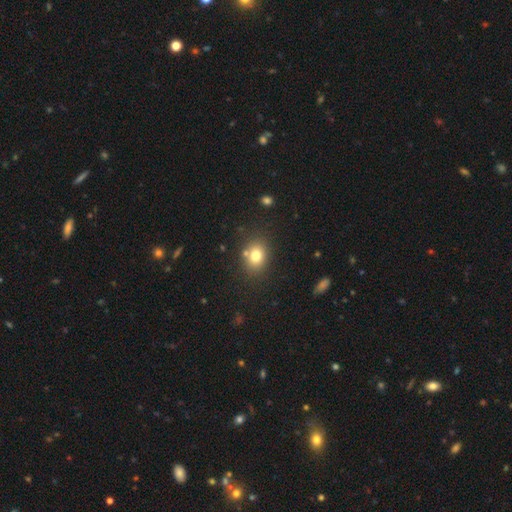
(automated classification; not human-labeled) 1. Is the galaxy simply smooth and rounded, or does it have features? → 76% smooth, 12% star or artifact, 11% featured or disk.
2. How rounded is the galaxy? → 52% round, 48% in between, 1% cigar-shaped.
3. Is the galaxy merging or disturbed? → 76% none, 11% minor disturbance, 9% merger, 4% major disturbance.